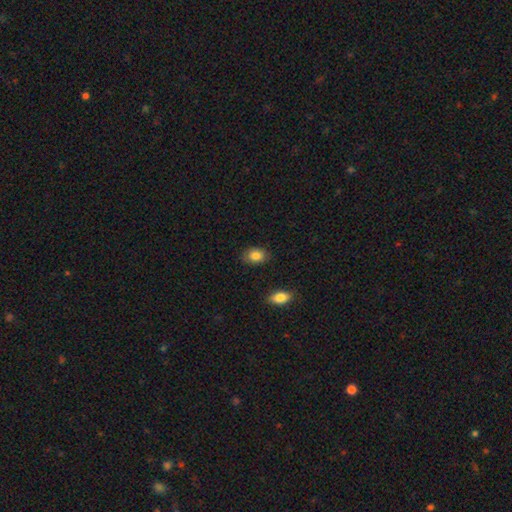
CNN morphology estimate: Smooth or featured?
  - smooth: 85% *
  - star or artifact: 8%
  - featured or disk: 7%
How rounded?
  - in between: 81% *
  - round: 18%
  - cigar-shaped: 1%
Merging?
  - none: 84% *
  - minor disturbance: 11%
  - major disturbance: 2%
  - merger: 2%